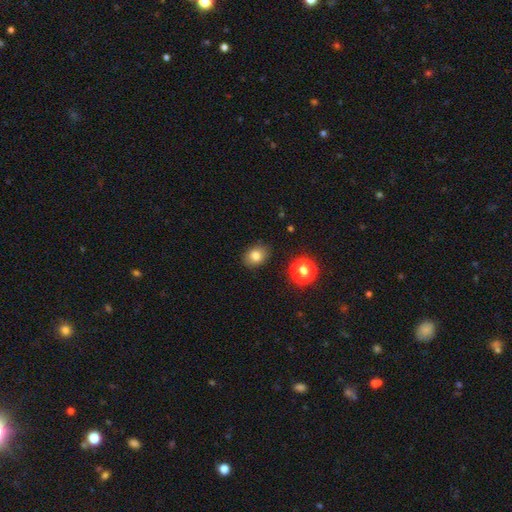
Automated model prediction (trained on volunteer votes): Smooth or featured: smooth — 80% (star or artifact — 12%)
How rounded: in between — 57% (round — 42%)
Merging: none — 87% (minor disturbance — 9%)